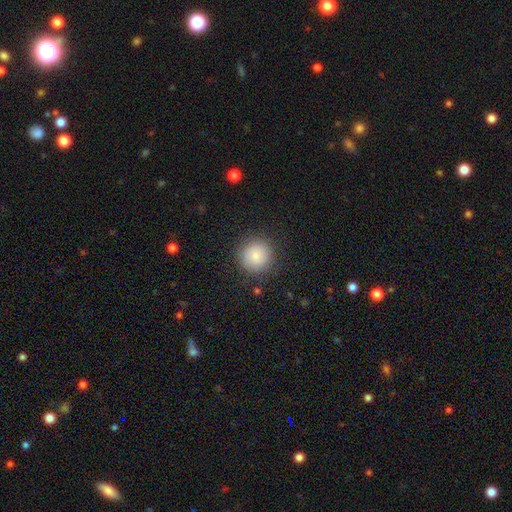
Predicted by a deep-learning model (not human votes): This is clearly a smooth galaxy (83%). How rounded: clearly round (94%). Merging: clearly none (87%).